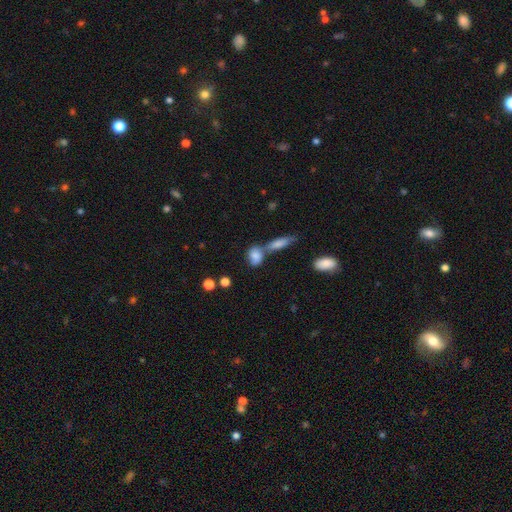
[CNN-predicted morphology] A smooth galaxy with no disk features (76%) that is in between round and cigar-shaped (62%). Merging: merger (41%).